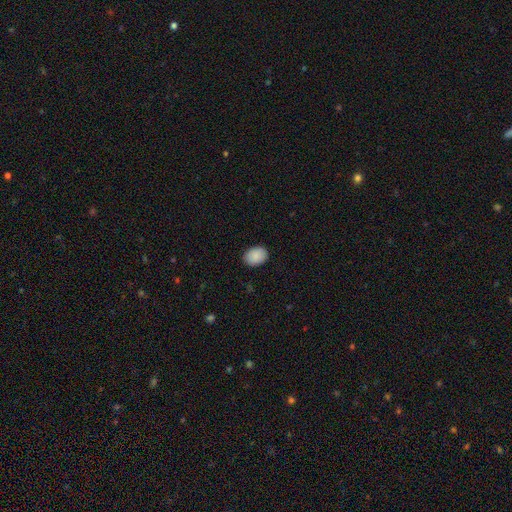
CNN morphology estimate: Overall: smooth (89%). How rounded: in between (76%). Merging: none (88%).